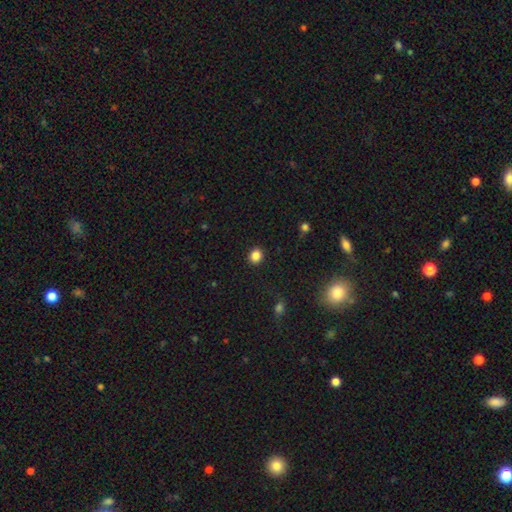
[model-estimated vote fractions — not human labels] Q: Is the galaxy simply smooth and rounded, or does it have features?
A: smooth — 85%.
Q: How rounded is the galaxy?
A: round — 74%.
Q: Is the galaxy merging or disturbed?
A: none — 91%.